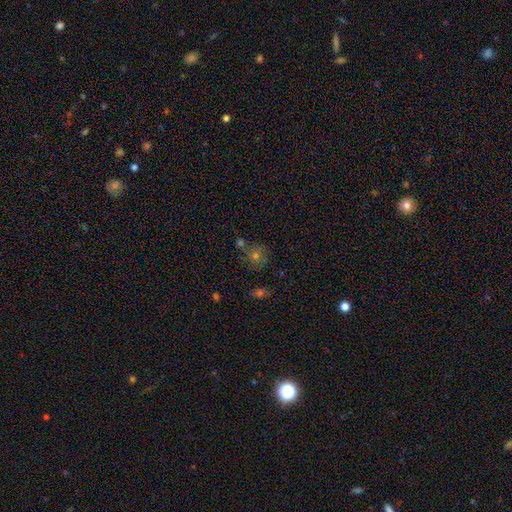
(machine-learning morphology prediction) smooth-or-featured: smooth: 53% | star or artifact: 30% | featured or disk: 18%
  how-rounded: round: 89% | in between: 10% | cigar-shaped: 1%
  merging: none: 71% | merger: 13% | minor disturbance: 12% | major disturbance: 4%